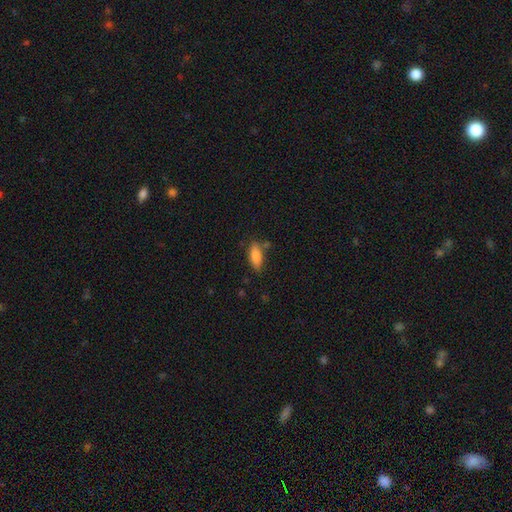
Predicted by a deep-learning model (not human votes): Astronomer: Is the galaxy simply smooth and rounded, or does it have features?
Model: smooth — 85%.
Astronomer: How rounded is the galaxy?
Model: in between — 74%.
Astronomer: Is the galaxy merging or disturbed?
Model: none — 72%.